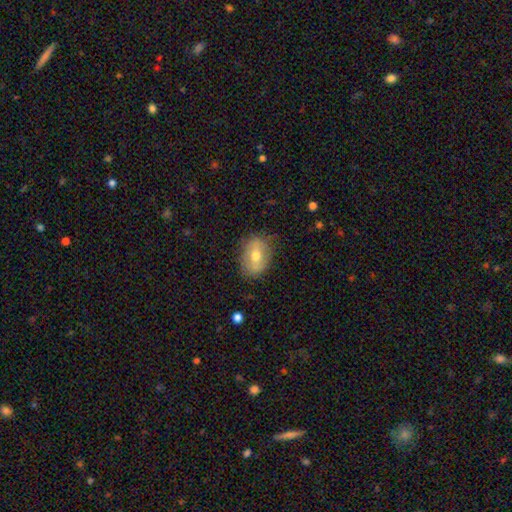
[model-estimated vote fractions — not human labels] A smooth galaxy with no disk features (51%) that is in between round and cigar-shaped (77%). Merging: none (74%).